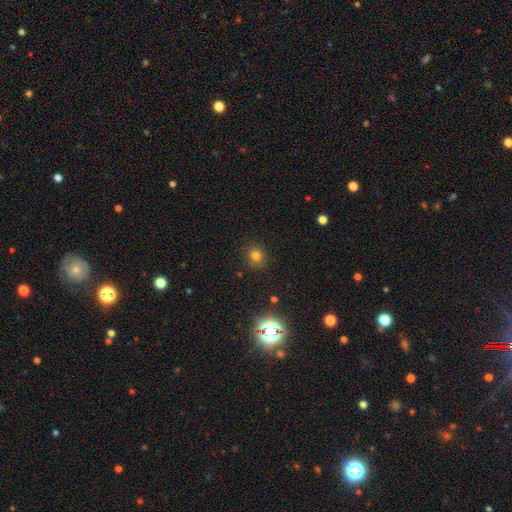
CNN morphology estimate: smooth 74%, star or artifact 19%, featured or disk 7%. Down the decision tree: how rounded — round (81%); merging — none (85%).